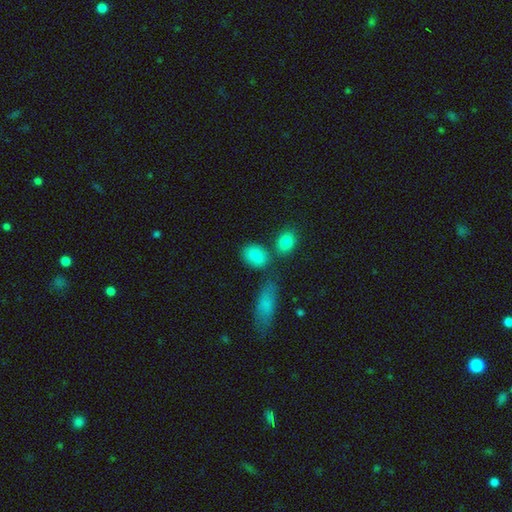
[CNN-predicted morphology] Overall: smooth (86%). How rounded: in between (74%). Merging: none (66%).